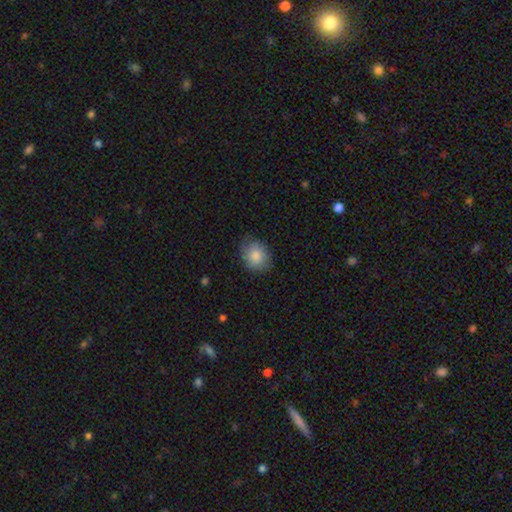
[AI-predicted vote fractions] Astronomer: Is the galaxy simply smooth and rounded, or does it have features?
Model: smooth — 86%.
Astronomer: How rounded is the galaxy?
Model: round — 56% (runner-up: in between, 44%).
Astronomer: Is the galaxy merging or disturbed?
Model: none — 78%.